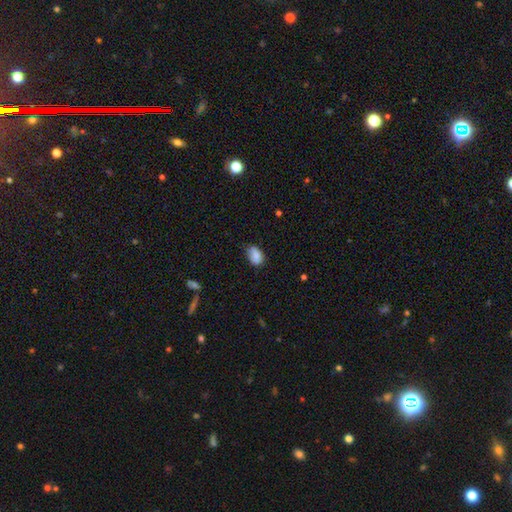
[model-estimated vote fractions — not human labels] Smooth or featured?
  - smooth: 82% *
  - featured or disk: 10%
  - star or artifact: 8%
How rounded?
  - in between: 85% *
  - round: 13%
  - cigar-shaped: 1%
Merging?
  - none: 65% *
  - minor disturbance: 28%
  - major disturbance: 5%
  - merger: 2%